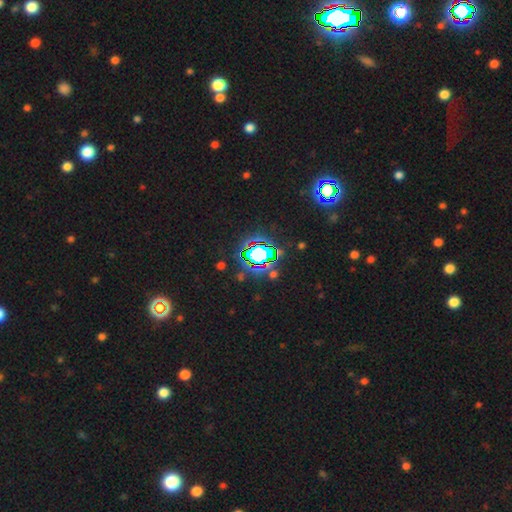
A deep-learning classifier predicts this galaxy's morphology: star or artifact 68%, smooth 20%, featured or disk 12%.